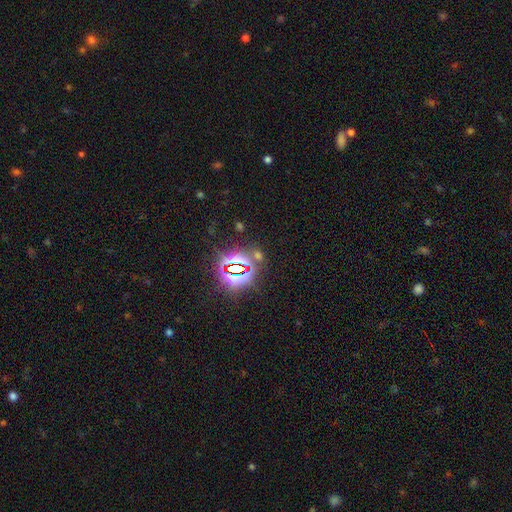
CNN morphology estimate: star or artifact 80%, smooth 12%, featured or disk 8%.